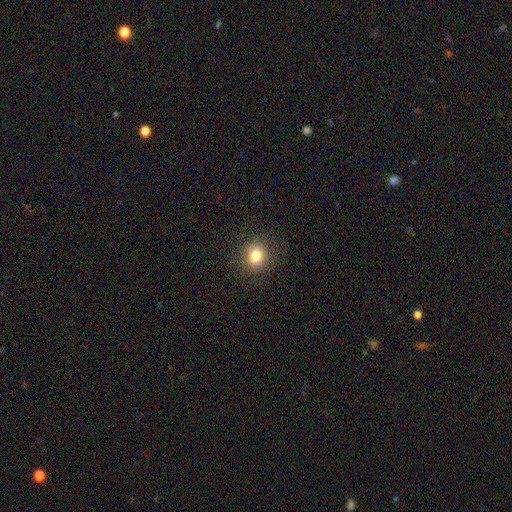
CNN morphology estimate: Smooth or featured: smooth — 82% (star or artifact — 12%)
How rounded: round — 77% (in between — 22%)
Merging: none — 89% (minor disturbance — 8%)